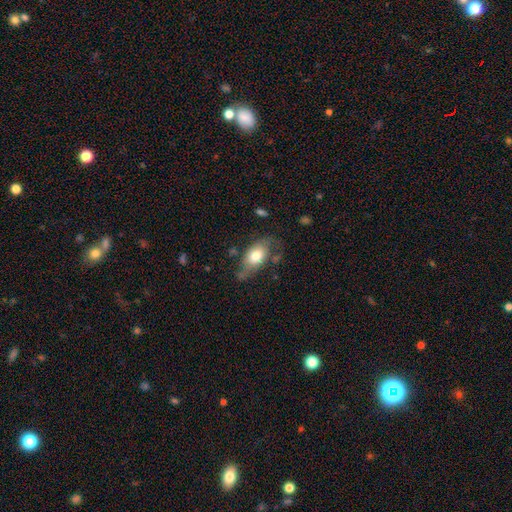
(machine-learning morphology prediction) A smooth galaxy with no disk features (62%) that is in between round and cigar-shaped (87%). Merging: none (49%).